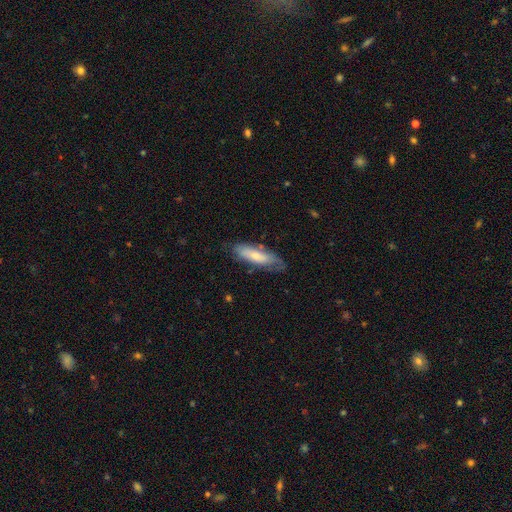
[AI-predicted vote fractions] Q: Smooth or featured?
A: smooth (64%); runner-up: featured or disk (30%)
Q: How rounded?
A: cigar-shaped (54%); runner-up: in between (45%)
Q: Merging?
A: none (61%); runner-up: minor disturbance (27%)